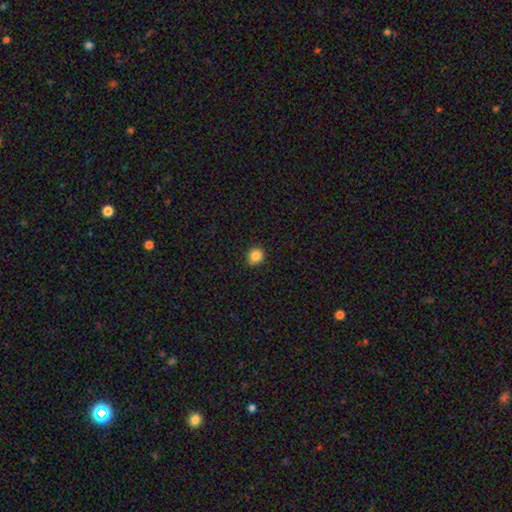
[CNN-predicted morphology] A smooth galaxy with no disk features (86%) that is round (87%). Merging: none (88%).